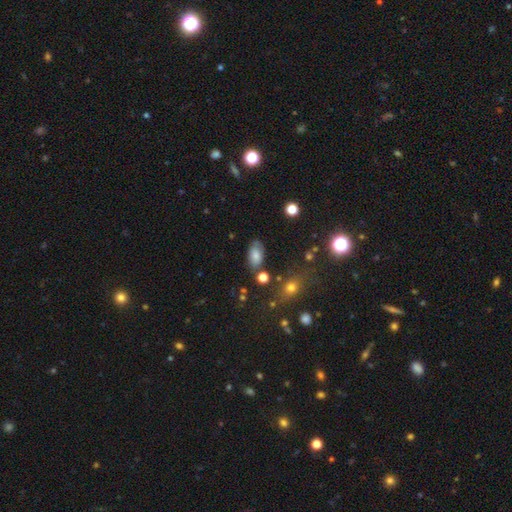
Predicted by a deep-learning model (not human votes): Smooth or featured? Predicted: smooth (p=0.75). How rounded? Predicted: in between (p=0.92). Merging? Predicted: none (p=0.70).